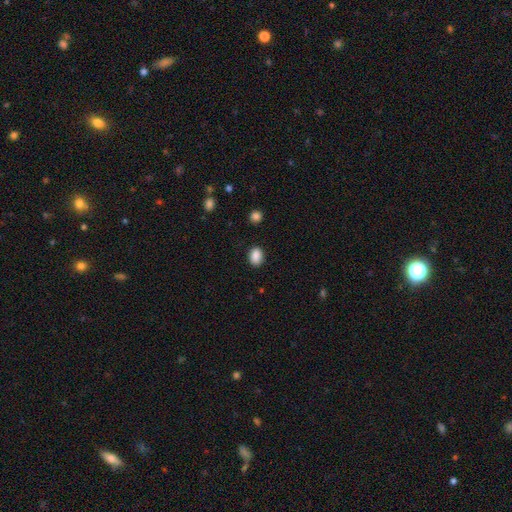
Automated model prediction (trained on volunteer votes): Smooth or featured: smooth — 89% (star or artifact — 8%)
How rounded: in between — 73% (round — 26%)
Merging: none — 86% (minor disturbance — 10%)